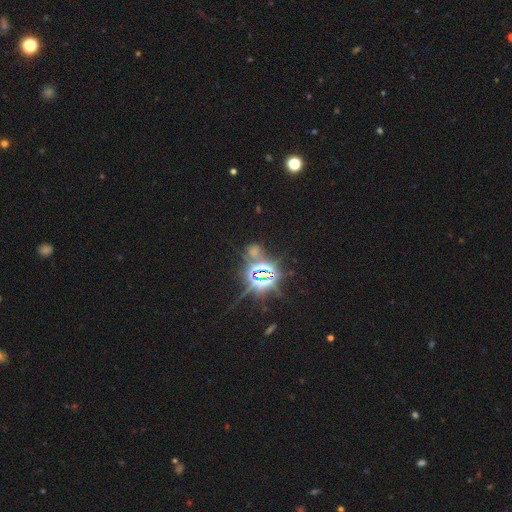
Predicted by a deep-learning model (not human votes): star or artifact 80%, smooth 12%, featured or disk 9%.